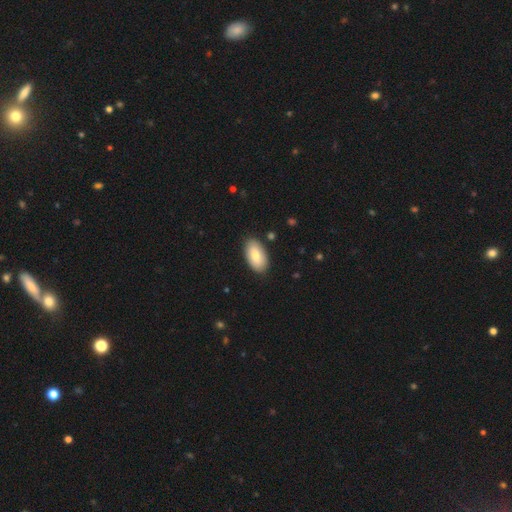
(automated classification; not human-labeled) Smooth or featured?
  - smooth: 77% *
  - featured or disk: 17%
  - star or artifact: 6%
How rounded?
  - in between: 95% *
  - round: 3%
  - cigar-shaped: 2%
Merging?
  - none: 87% *
  - minor disturbance: 10%
  - major disturbance: 2%
  - merger: 1%